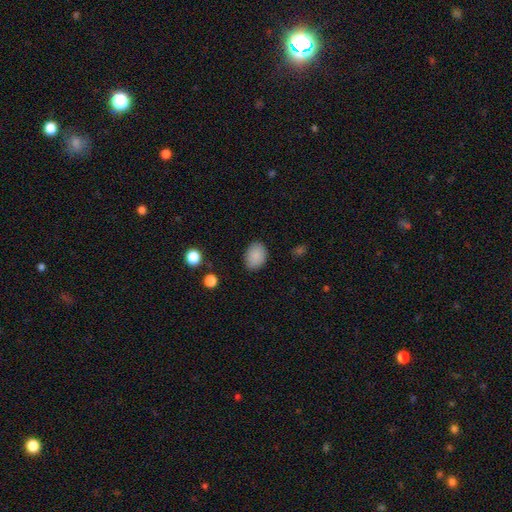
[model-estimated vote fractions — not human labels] Morphology: type=smooth (88%); roundness=in between (76%); merging=none (86%).